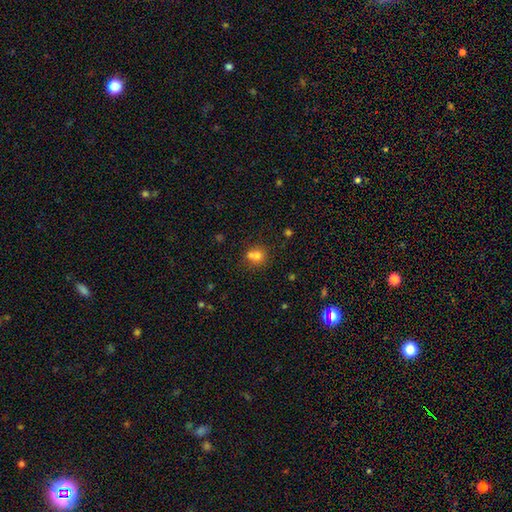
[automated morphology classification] This appears to be a smooth galaxy with no disk features (71%) that is round (73%). Merging: merger (43%).